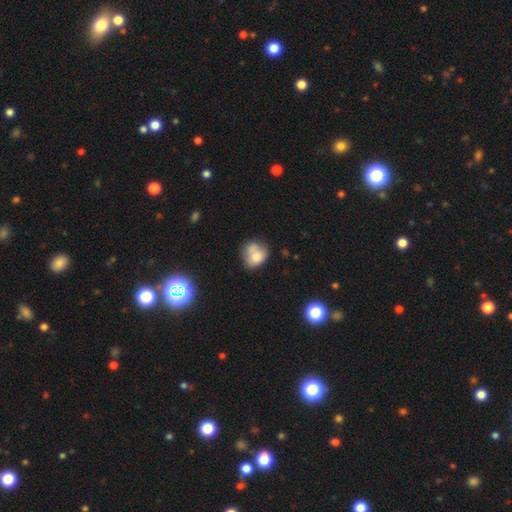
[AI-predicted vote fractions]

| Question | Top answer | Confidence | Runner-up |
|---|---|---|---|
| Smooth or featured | smooth | 71% | featured or disk (18%) |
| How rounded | round | 61% | in between (37%) |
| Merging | none | 37% | merger (35%) |